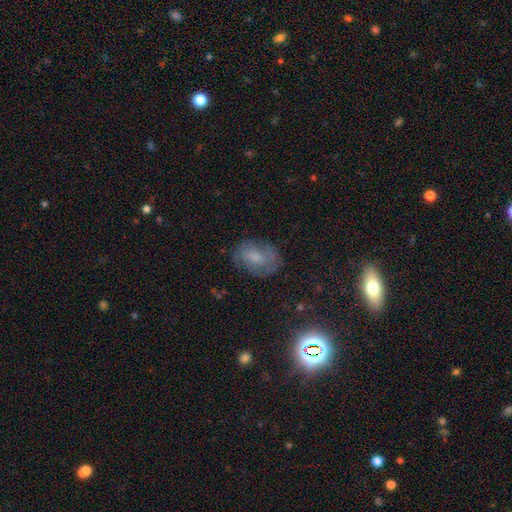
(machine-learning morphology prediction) Overall: smooth (44%; featured or disk 37%). Merging: none (70%).